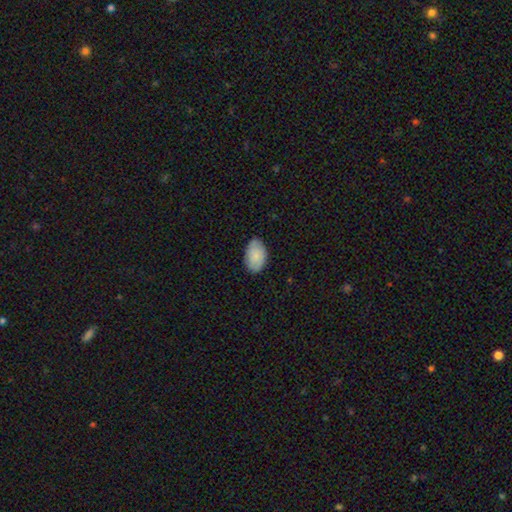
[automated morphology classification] A smooth galaxy with no disk features (85%) that is in between round and cigar-shaped (92%). Merging: none (82%).